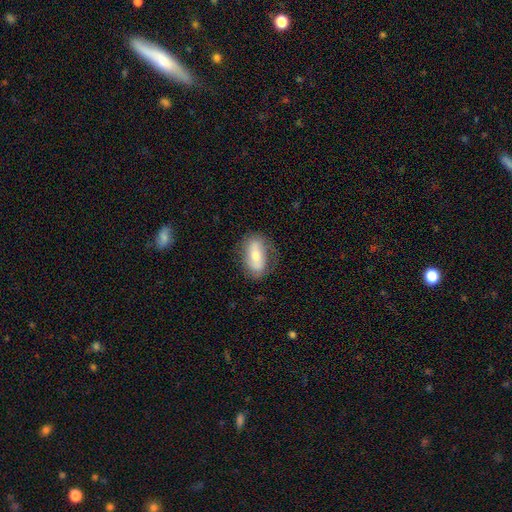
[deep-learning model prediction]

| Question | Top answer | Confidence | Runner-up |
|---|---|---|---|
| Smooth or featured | smooth | 53% | featured or disk (40%) |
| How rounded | in between | 86% | cigar-shaped (7%) |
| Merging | none | 74% | minor disturbance (18%) |